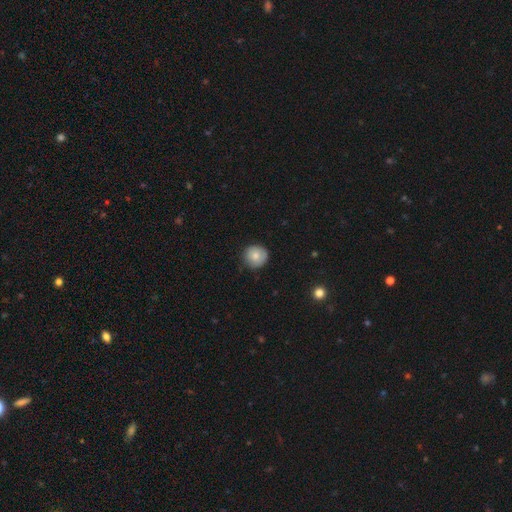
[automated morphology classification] smooth 81%, featured or disk 11%, star or artifact 8%. Down the decision tree: how rounded — round (94%); merging — none (83%).